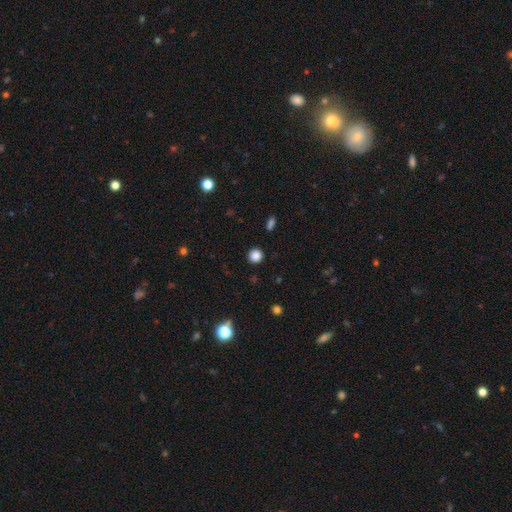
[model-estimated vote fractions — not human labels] Morphology: type=smooth (85%); roundness=round (94%); merging=none (92%).